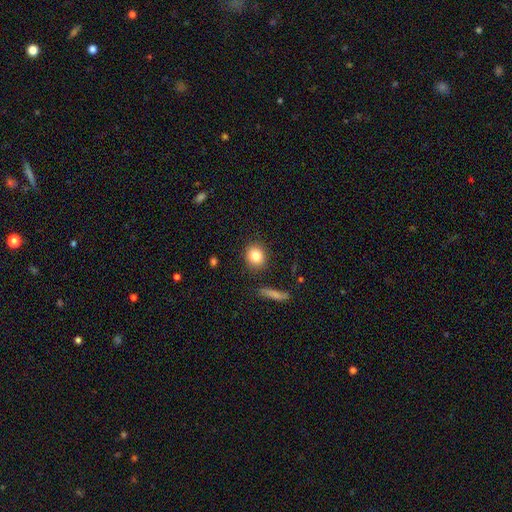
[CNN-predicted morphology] smooth-or-featured: smooth: 83% | star or artifact: 9% | featured or disk: 8%
  how-rounded: round: 74% | in between: 24% | cigar-shaped: 2%
  merging: none: 87% | minor disturbance: 8% | major disturbance: 2% | merger: 2%